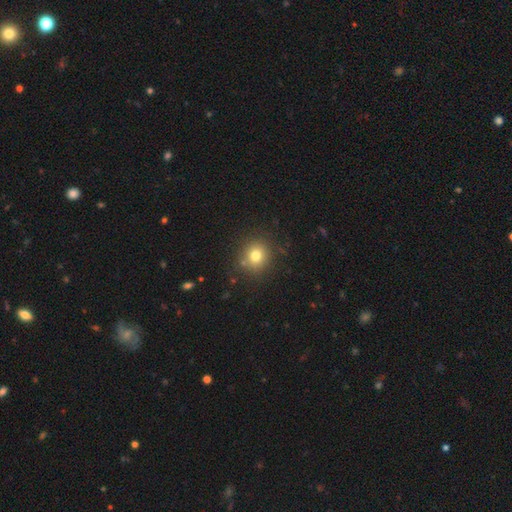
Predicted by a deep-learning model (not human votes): Smooth or featured? smooth (77%)
How rounded? round (84%)
Merging? none (84%)